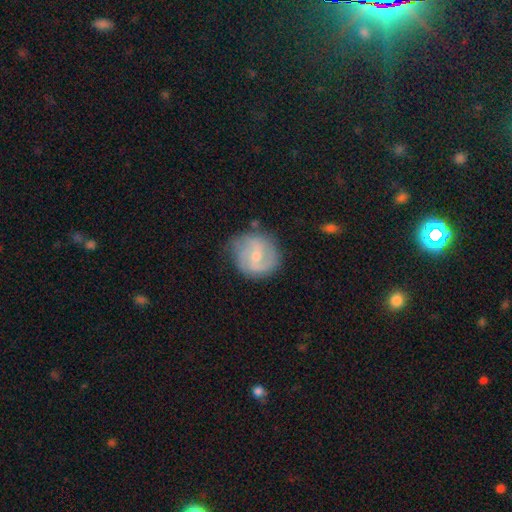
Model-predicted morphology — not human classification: This appears to be a featured or disk galaxy (73%) with a weak bar (53%), 2 (72%) medium (48%) spiral arms (91%) and a small central bulge (52%). Merging: none (72%).